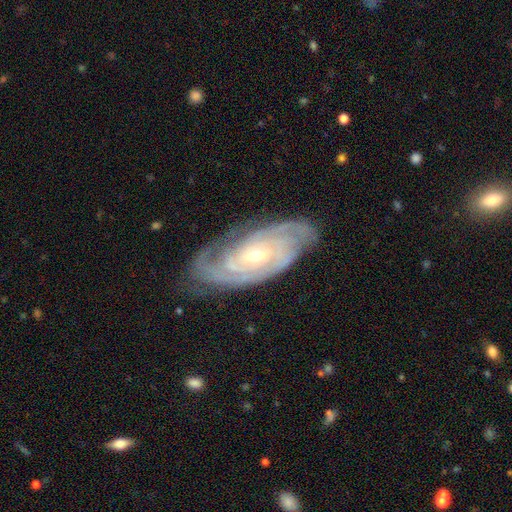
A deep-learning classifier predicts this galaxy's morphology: featured or disk 90%, smooth 5%, star or artifact 5%. Down the decision tree: edge-on disk — no (94%); bar — no (56%); spiral arms — yes (98%); spiral arm count — 3 (29%); spiral winding — tight (75%); bulge size — small (59%); merging — none (79%).